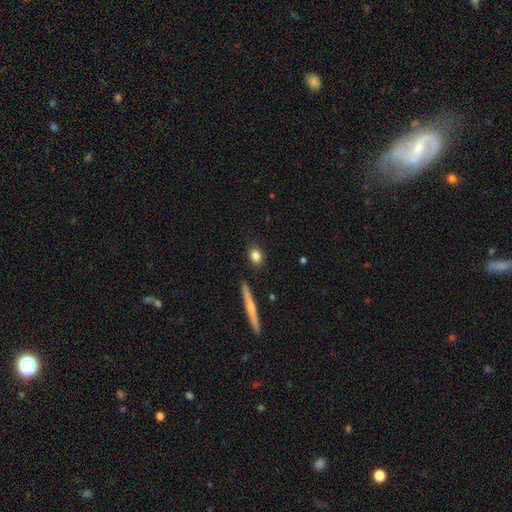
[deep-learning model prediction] Q: Smooth or featured?
A: smooth (82%); runner-up: featured or disk (10%)
Q: How rounded?
A: round (54%); runner-up: in between (40%)
Q: Merging?
A: none (88%); runner-up: minor disturbance (8%)